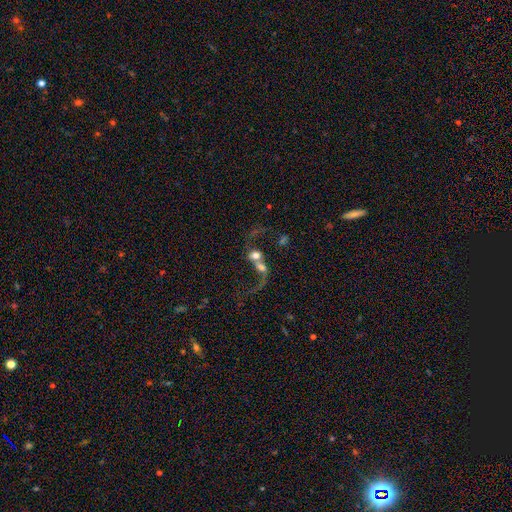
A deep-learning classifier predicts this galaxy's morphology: Overall: featured or disk (47%; smooth 41%). Merging: merger (77%).